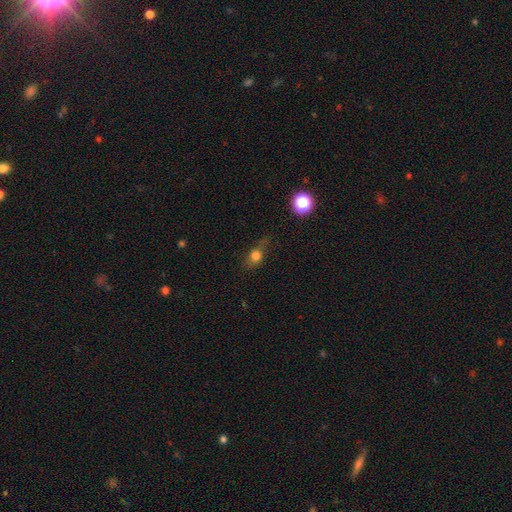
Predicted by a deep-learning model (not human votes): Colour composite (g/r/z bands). It shows a smooth galaxy with no disk features (71%) that is round (51%). Merging: none (51%).